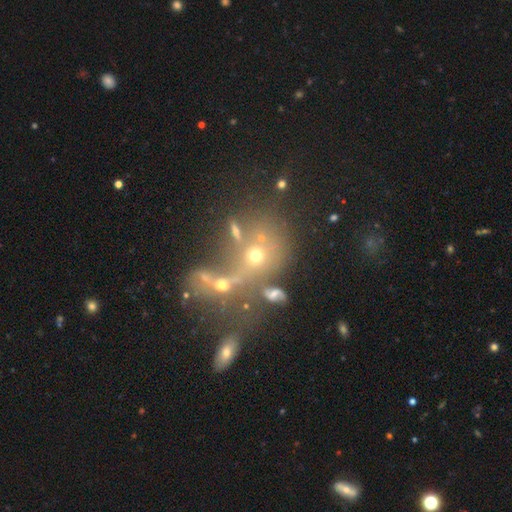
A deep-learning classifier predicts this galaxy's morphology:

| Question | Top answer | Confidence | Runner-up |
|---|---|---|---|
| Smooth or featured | smooth | 50% | star or artifact (27%) |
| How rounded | round | 65% | in between (33%) |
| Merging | merger | 48% | none (30%) |